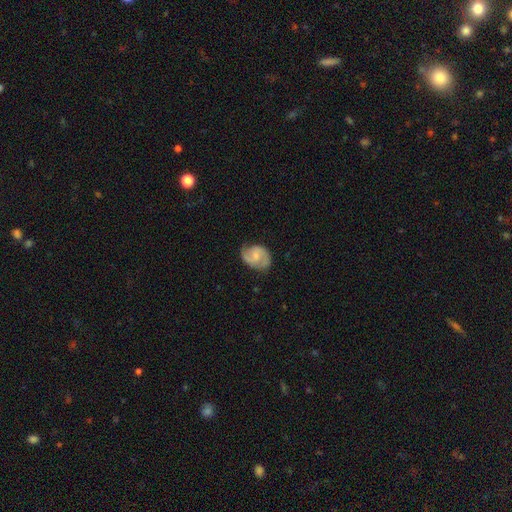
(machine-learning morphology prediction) This is likely a featured or disk galaxy (77%). It is clearly not viewed edge-on (98%). Bar: possibly weak (48%). Spiral arm pattern: clearly yes (95%). Spiral arm count: clearly 2 (90%). Spiral winding: possibly medium (54%). Central bulge: possibly small (49%). Merging: likely none (75%).